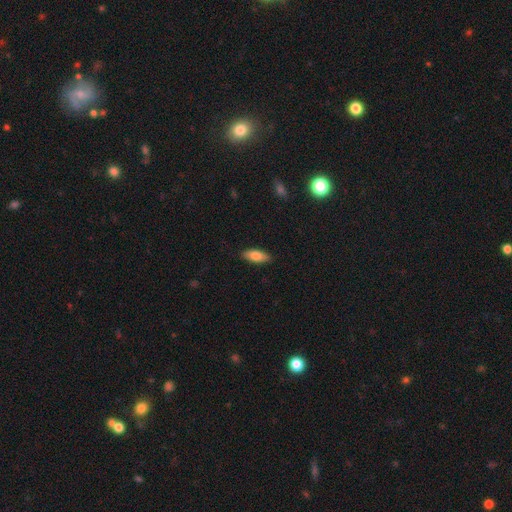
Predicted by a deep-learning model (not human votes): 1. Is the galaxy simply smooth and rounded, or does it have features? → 81% smooth, 12% featured or disk, 6% star or artifact.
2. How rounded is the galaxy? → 79% in between, 19% cigar-shaped, 2% round.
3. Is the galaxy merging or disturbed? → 88% none, 9% minor disturbance, 2% major disturbance, 1% merger.